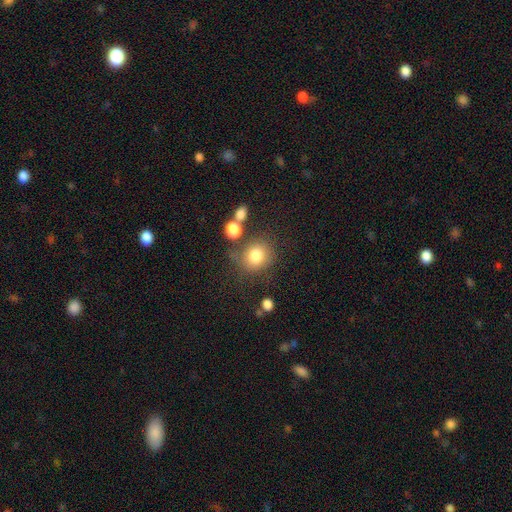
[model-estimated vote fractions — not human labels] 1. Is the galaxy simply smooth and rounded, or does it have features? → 80% smooth, 11% star or artifact, 9% featured or disk.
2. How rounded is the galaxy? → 79% round, 20% in between, 1% cigar-shaped.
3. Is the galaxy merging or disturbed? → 66% none, 16% minor disturbance, 10% merger, 8% major disturbance.